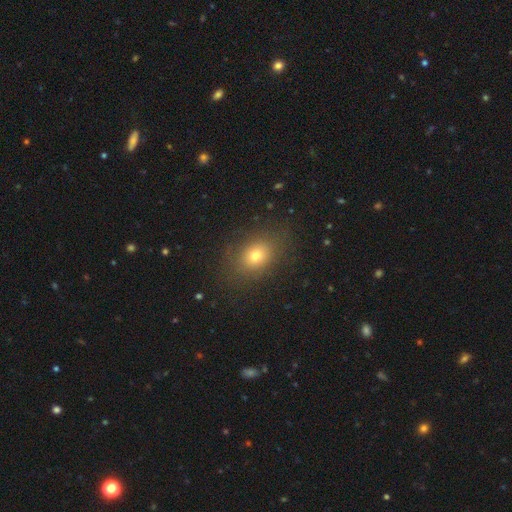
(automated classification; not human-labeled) A smooth galaxy with no disk features (71%) that is in between round and cigar-shaped (59%). Merging: none (83%).